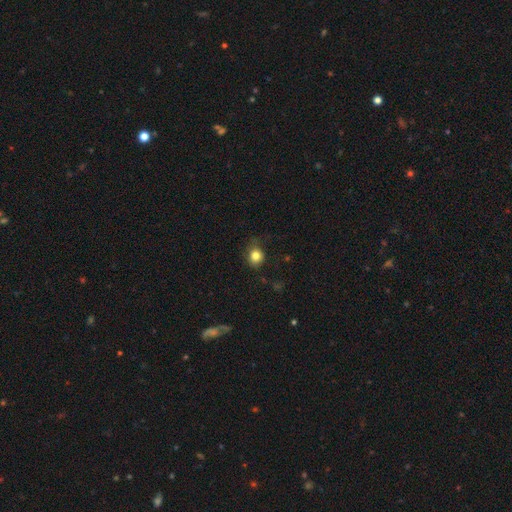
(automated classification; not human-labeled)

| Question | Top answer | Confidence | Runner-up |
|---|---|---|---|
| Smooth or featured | smooth | 82% | star or artifact (11%) |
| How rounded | round | 76% | in between (24%) |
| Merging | none | 72% | minor disturbance (20%) |